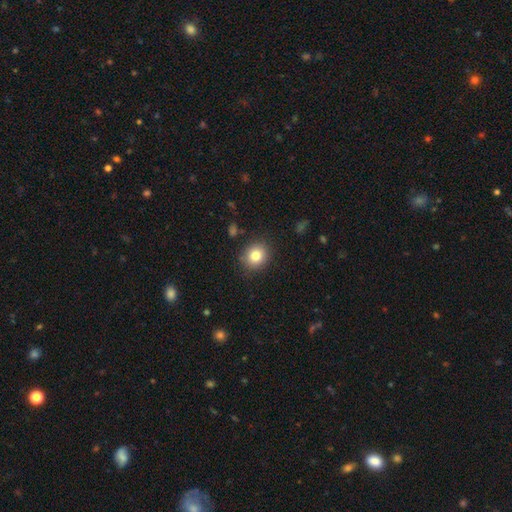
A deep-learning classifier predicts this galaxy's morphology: This appears to be a smooth galaxy with no disk features (81%) that is round (75%). Merging: none (87%).